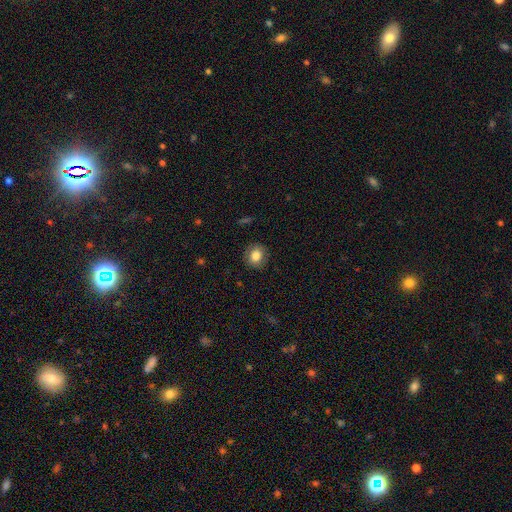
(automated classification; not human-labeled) Morphology: type=smooth (82%); roundness=round (82%); merging=none (88%).